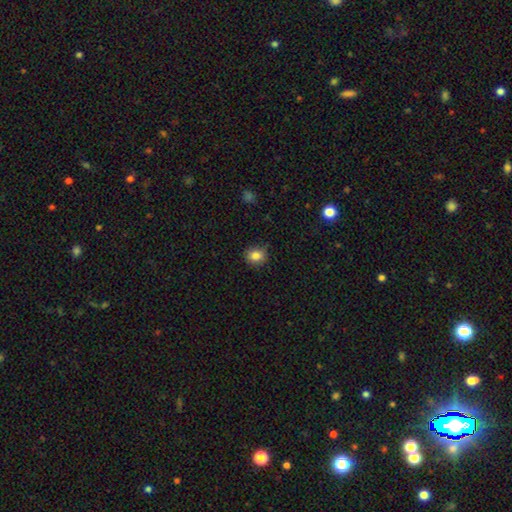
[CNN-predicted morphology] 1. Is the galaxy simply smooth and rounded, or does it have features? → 84% smooth, 11% star or artifact, 6% featured or disk.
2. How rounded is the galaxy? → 73% round, 26% in between, 1% cigar-shaped.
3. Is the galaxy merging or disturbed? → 83% none, 13% minor disturbance, 2% major disturbance, 1% merger.